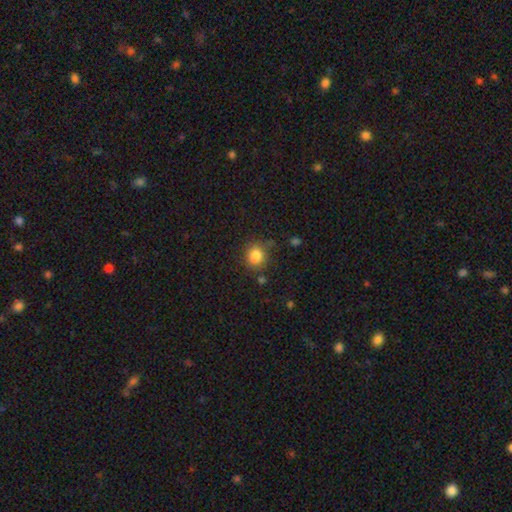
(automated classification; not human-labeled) A smooth galaxy with no disk features (83%) that is round (73%). Merging: none (74%).